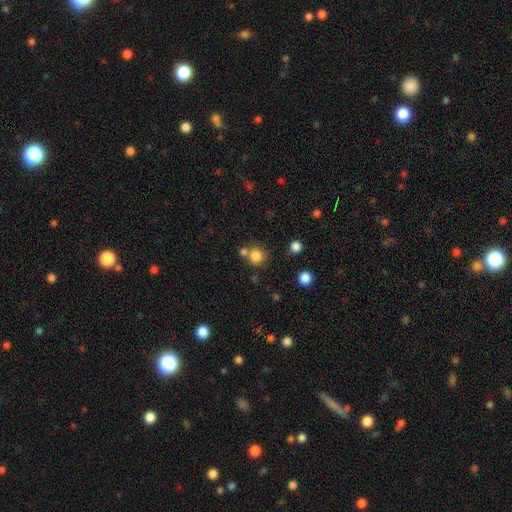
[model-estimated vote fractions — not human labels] Smooth or featured?
  - smooth: 81% *
  - star or artifact: 12%
  - featured or disk: 7%
How rounded?
  - round: 90% *
  - in between: 9%
  - cigar-shaped: 1%
Merging?
  - none: 64% *
  - merger: 23%
  - minor disturbance: 9%
  - major disturbance: 3%